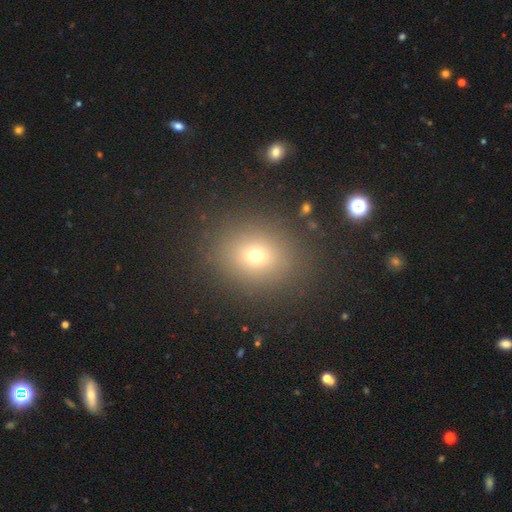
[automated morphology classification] A smooth galaxy with no disk features (68%) that is round (62%).

Vote fractions:
- Smooth or featured? smooth: 68% / star or artifact: 21% / featured or disk: 11%
- How rounded? round: 62% / in between: 37% / cigar-shaped: 1%
- Merging? none: 88% / minor disturbance: 7% / major disturbance: 3% / merger: 2%